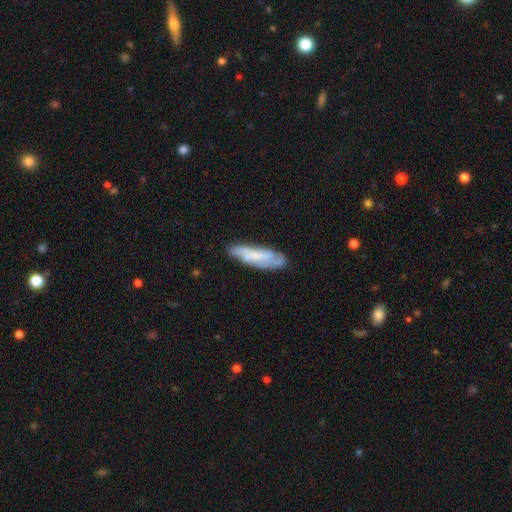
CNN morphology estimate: This appears to be a featured or disk galaxy (54%). Merging: none (71%).